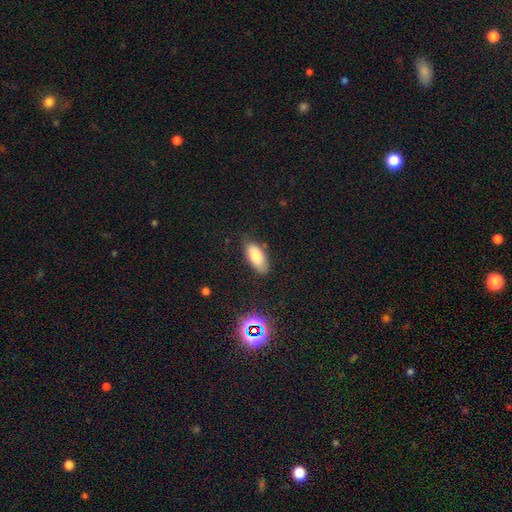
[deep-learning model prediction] Overall: smooth (80%). How rounded: in between (89%). Merging: none (78%).